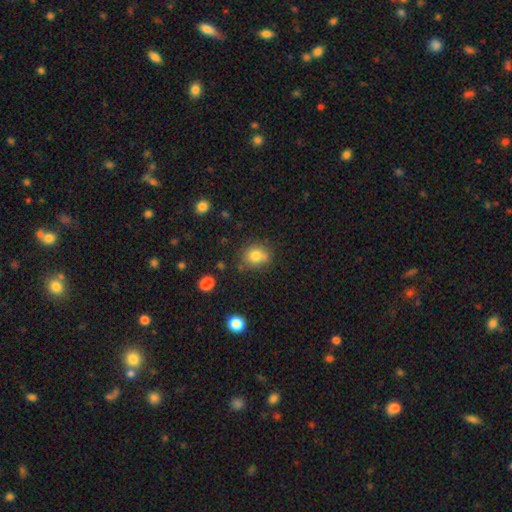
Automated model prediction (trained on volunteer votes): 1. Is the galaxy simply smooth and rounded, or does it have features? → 79% smooth, 12% star or artifact, 9% featured or disk.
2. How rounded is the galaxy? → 76% round, 23% in between, 1% cigar-shaped.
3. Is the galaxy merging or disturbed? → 69% none, 18% minor disturbance, 8% merger, 4% major disturbance.